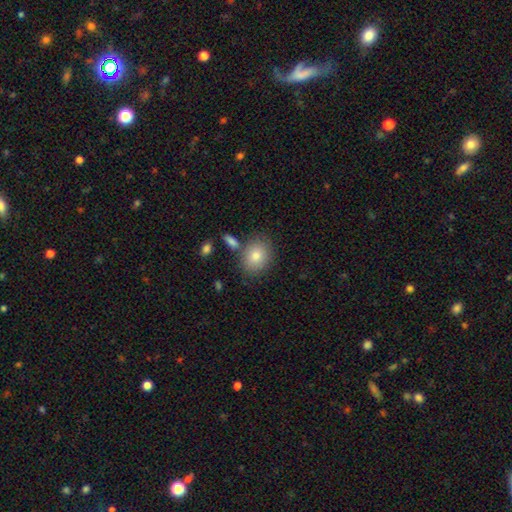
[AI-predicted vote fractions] This appears to be a smooth galaxy with no disk features (81%) that is in between round and cigar-shaped (52%). Merging: none (77%).